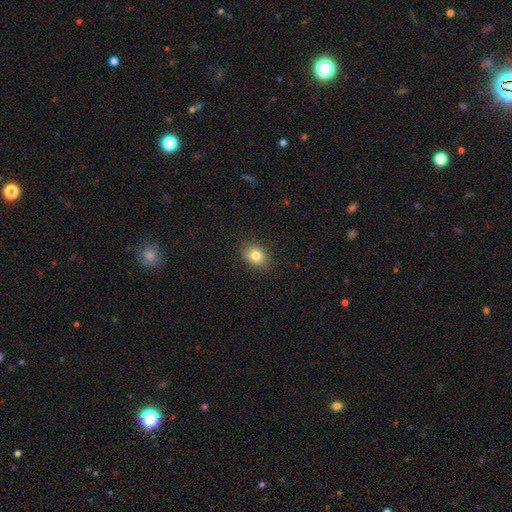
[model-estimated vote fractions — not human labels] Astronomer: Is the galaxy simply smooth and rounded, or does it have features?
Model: smooth — 82%.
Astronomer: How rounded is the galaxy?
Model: in between — 59% (runner-up: round, 40%).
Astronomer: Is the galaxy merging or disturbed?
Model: none — 88%.